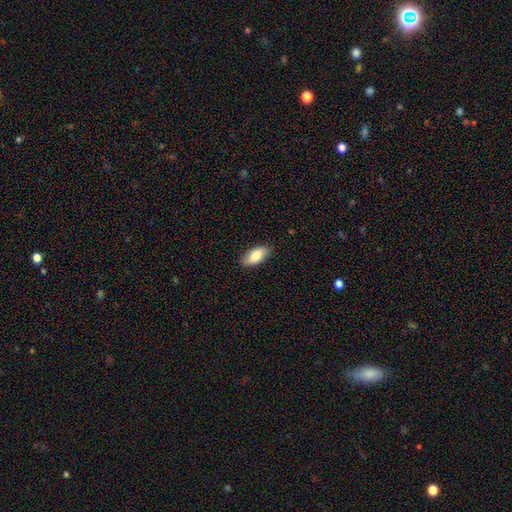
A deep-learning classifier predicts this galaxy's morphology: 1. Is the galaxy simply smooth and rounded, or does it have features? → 81% smooth, 13% featured or disk, 6% star or artifact.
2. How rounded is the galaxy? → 90% in between, 8% cigar-shaped, 2% round.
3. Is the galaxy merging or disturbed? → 87% none, 10% minor disturbance, 2% major disturbance, 1% merger.